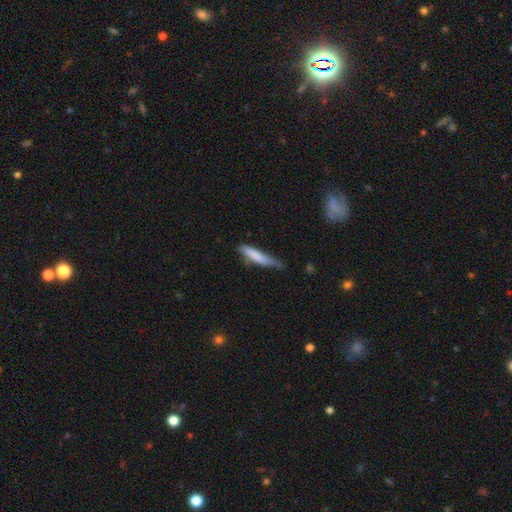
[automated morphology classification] Q: Smooth or featured?
A: smooth (76%); runner-up: featured or disk (18%)
Q: How rounded?
A: cigar-shaped (86%); runner-up: in between (13%)
Q: Merging?
A: none (43%); runner-up: minor disturbance (42%)